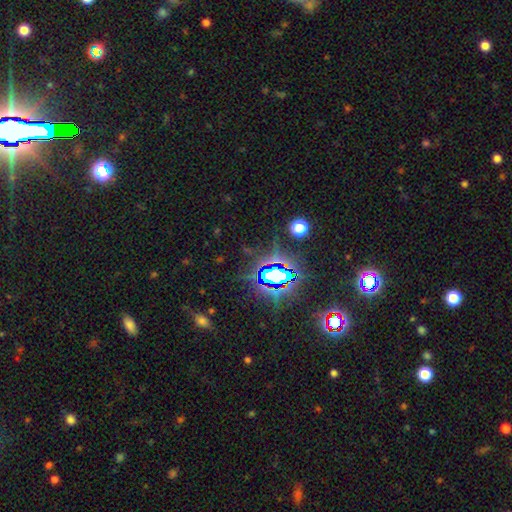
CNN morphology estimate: smooth_or_featured: star or artifact (p=0.81) [alt: smooth p=0.11]